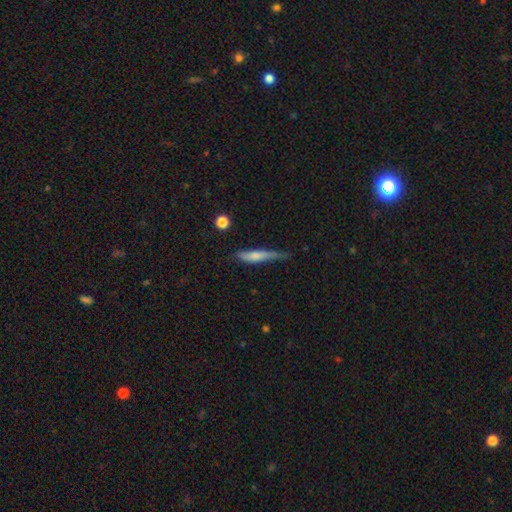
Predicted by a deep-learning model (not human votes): This is likely a smooth galaxy (65%). How rounded: clearly cigar-shaped (84%). Merging: possibly none (47%).